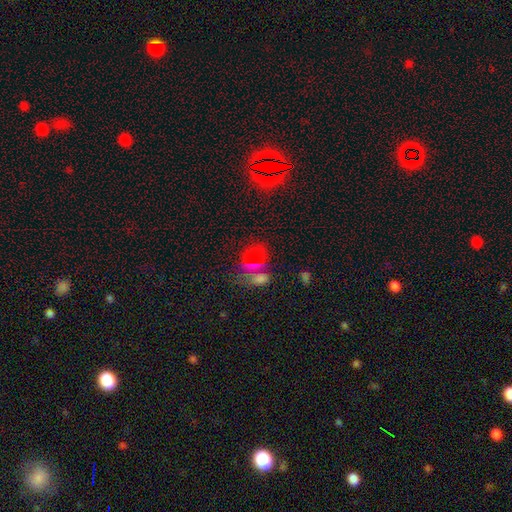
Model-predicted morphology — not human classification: type=smooth (45%); merging=none (42%).